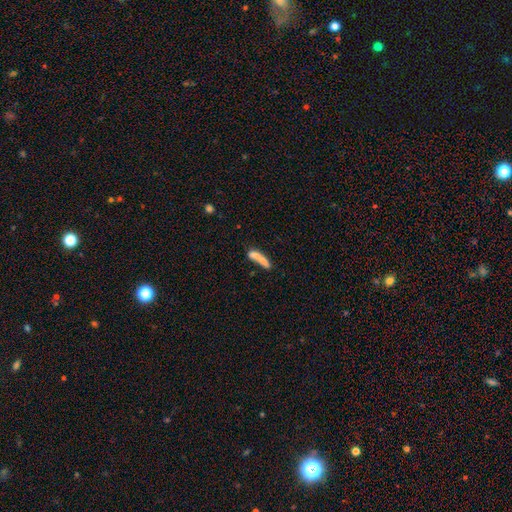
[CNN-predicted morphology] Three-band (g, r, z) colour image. It shows a smooth galaxy with no disk features (66%) that is cigar-shaped (71%). Merging: merger (44%).